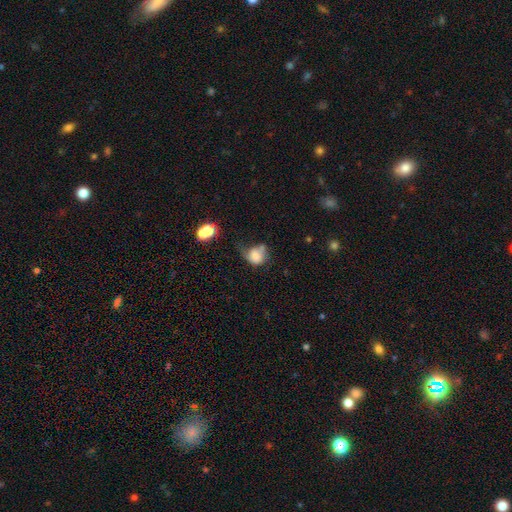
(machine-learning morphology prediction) Smooth or featured? smooth (68%)
How rounded? round (54%)
Merging? major disturbance (33%)